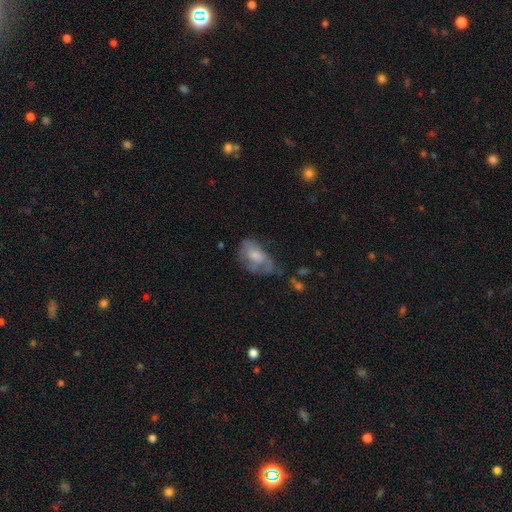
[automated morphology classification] type=smooth (55%); roundness=in between (88%); merging=minor disturbance (33%).